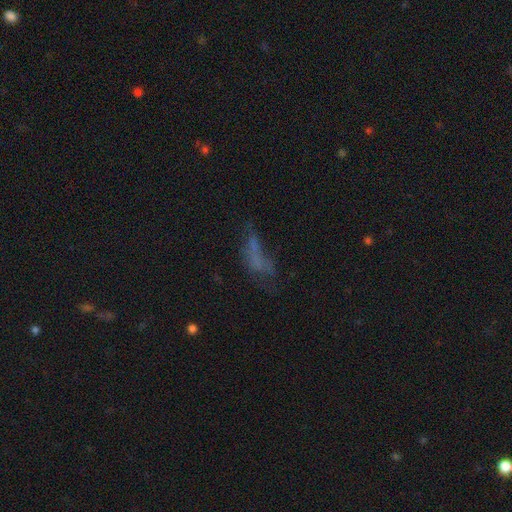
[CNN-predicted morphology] type=smooth (43%); merging=major disturbance (39%).